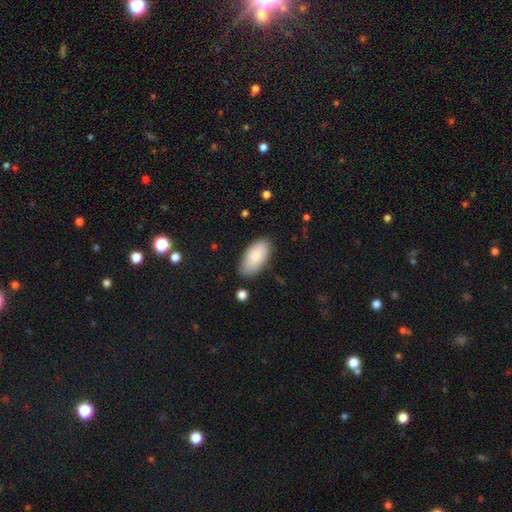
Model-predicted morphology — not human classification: smooth_or_featured: smooth (p=0.80) [alt: featured or disk p=0.14]
how_rounded: in between (p=0.95) [alt: cigar-shaped p=0.03]
merging: none (p=0.82) [alt: minor disturbance p=0.14]